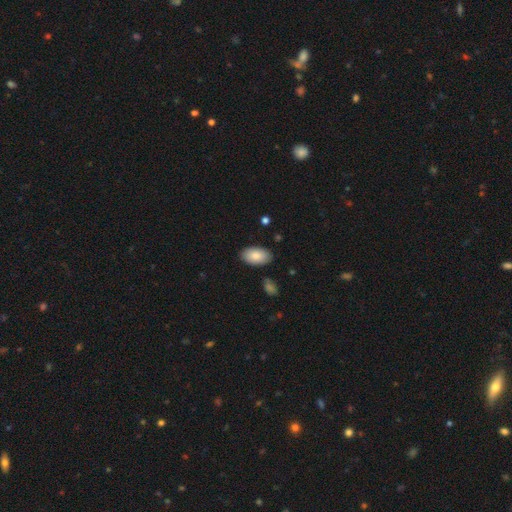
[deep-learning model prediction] Morphology: type=smooth (85%); roundness=in between (95%); merging=none (86%).